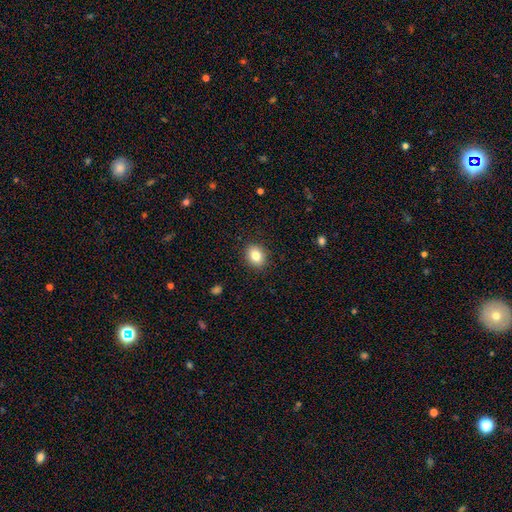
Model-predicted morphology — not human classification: smooth-or-featured: smooth: 82% | star or artifact: 9% | featured or disk: 8%
  how-rounded: in between: 52% | round: 47% | cigar-shaped: 1%
  merging: none: 89% | minor disturbance: 8% | major disturbance: 2% | merger: 1%